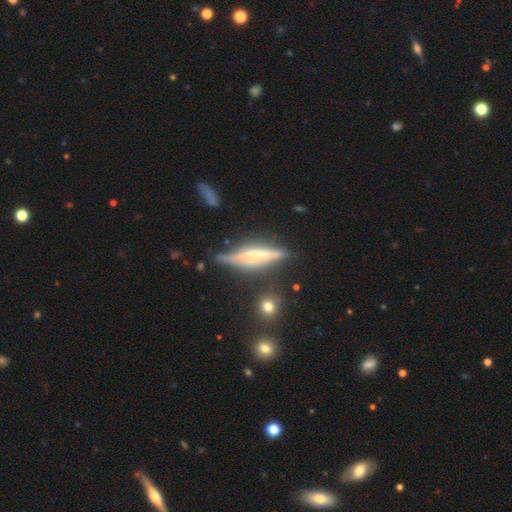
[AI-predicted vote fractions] smooth_or_featured: featured or disk (p=0.70) [alt: smooth p=0.23]
disk_edge_on: yes (p=0.92) [alt: no p=0.08]
edge_on_bulge: none (p=0.35) [alt: rounded p=0.34]
merging: none (p=0.70) [alt: minor disturbance p=0.20]